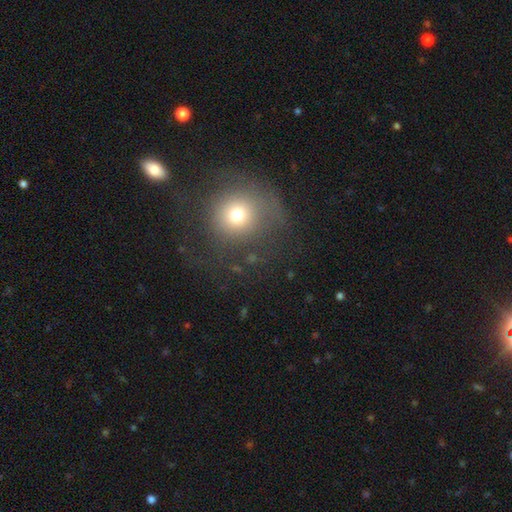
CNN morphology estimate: A smooth galaxy with no disk features (48%).

Vote fractions:
- Smooth or featured? smooth: 48% / featured or disk: 29% / star or artifact: 23%
- Merging? none: 68% / minor disturbance: 15% / major disturbance: 14% / merger: 3%